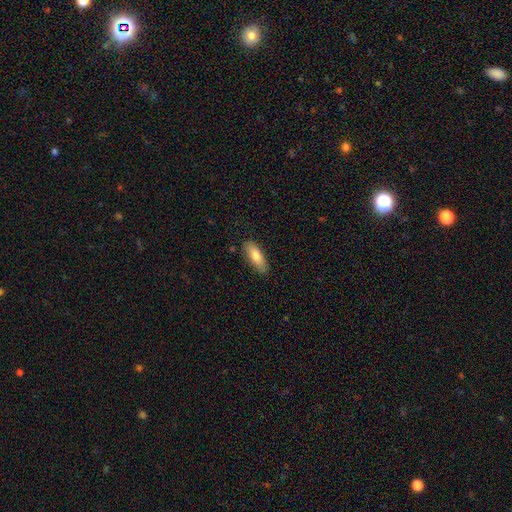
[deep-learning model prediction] Smooth or featured? Predicted: smooth (p=0.77). How rounded? Predicted: in between (p=0.74). Merging? Predicted: none (p=0.83).